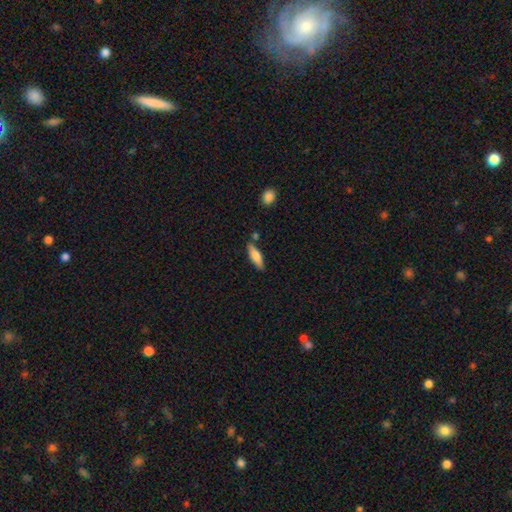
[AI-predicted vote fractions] smooth 74%, featured or disk 20%, star or artifact 6%. Down the decision tree: how rounded — cigar-shaped (52%); merging — none (78%).